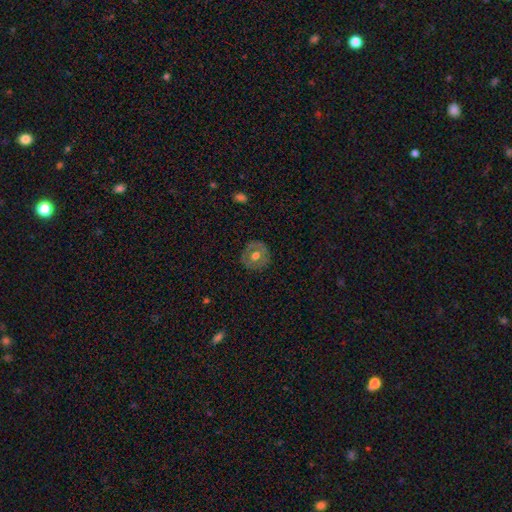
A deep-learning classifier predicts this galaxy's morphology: Overall: smooth (49%; featured or disk 43%). Merging: none (83%).